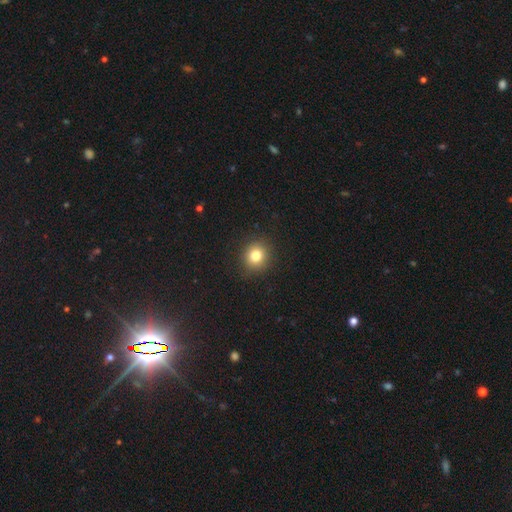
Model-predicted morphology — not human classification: Smooth or featured?
  - smooth: 81% *
  - star or artifact: 12%
  - featured or disk: 7%
How rounded?
  - round: 85% *
  - in between: 14%
  - cigar-shaped: 1%
Merging?
  - none: 91% *
  - minor disturbance: 6%
  - major disturbance: 2%
  - merger: 1%